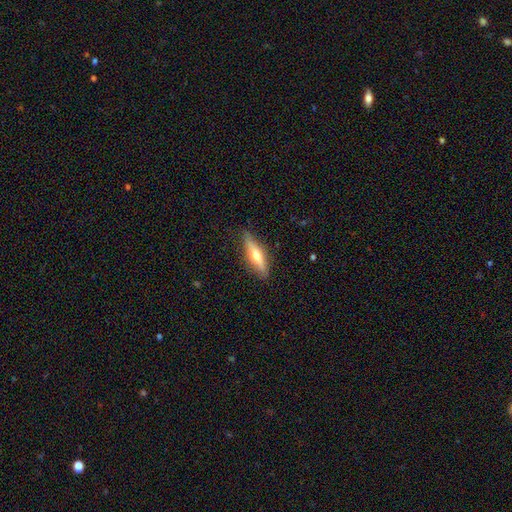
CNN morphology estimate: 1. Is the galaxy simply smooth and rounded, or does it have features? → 50% featured or disk, 44% smooth, 6% star or artifact.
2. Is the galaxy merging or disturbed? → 83% none, 13% minor disturbance, 3% major disturbance, 1% merger.